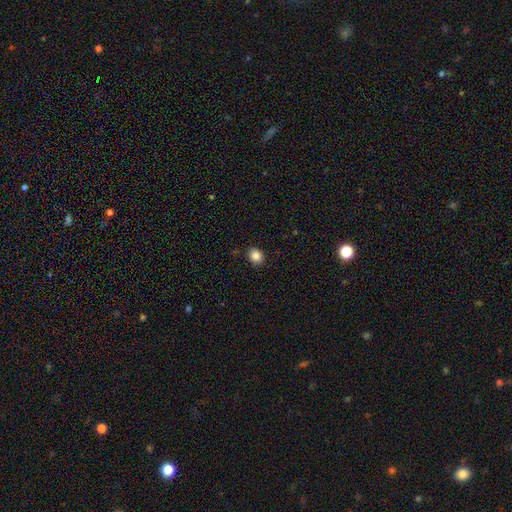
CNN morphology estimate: This appears to be a smooth galaxy with no disk features (86%) that is round (66%). Merging: none (89%).